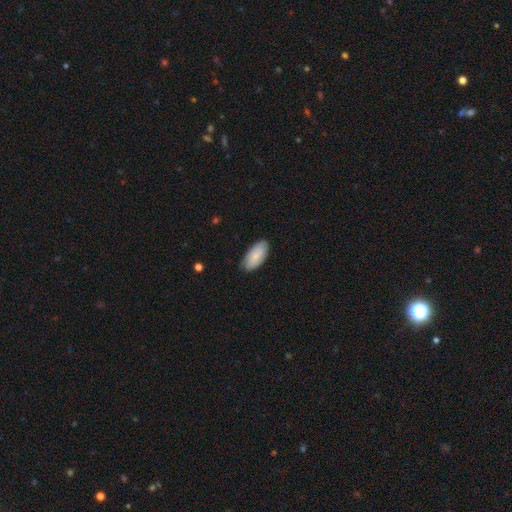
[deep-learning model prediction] smooth-or-featured: smooth: 80% | featured or disk: 14% | star or artifact: 6%
  how-rounded: in between: 92% | cigar-shaped: 6% | round: 2%
  merging: none: 83% | minor disturbance: 14% | major disturbance: 2% | merger: 1%